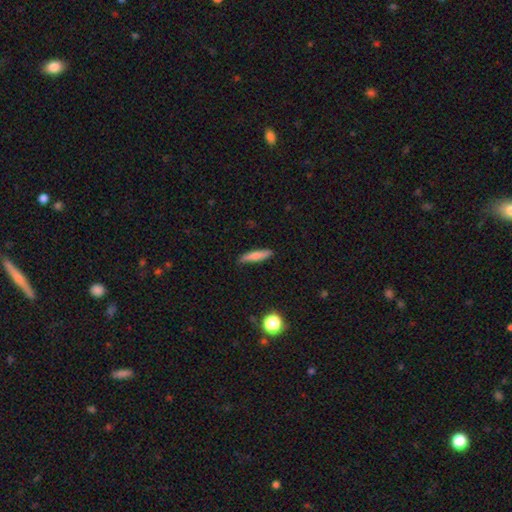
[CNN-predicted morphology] This is likely a smooth galaxy (78%). How rounded: clearly cigar-shaped (84%). Merging: clearly none (86%).